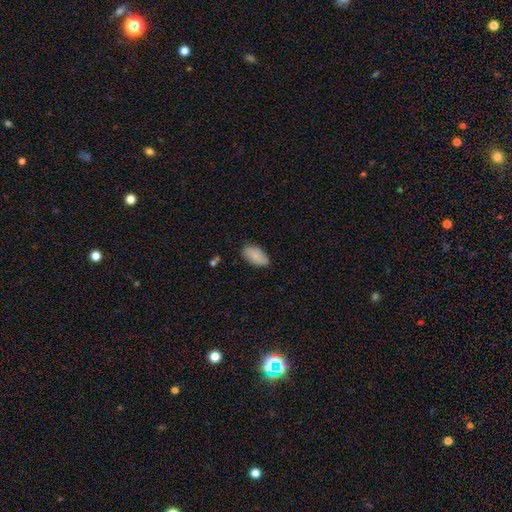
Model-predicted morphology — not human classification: smooth_or_featured: smooth (p=0.84) [alt: featured or disk p=0.10]
how_rounded: in between (p=0.93) [alt: cigar-shaped p=0.05]
merging: none (p=0.81) [alt: minor disturbance p=0.15]